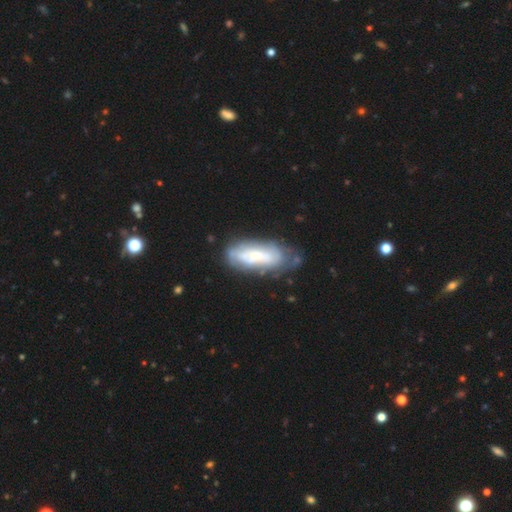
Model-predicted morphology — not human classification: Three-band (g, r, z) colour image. It shows a featured or disk galaxy (50%). Merging: none (62%).